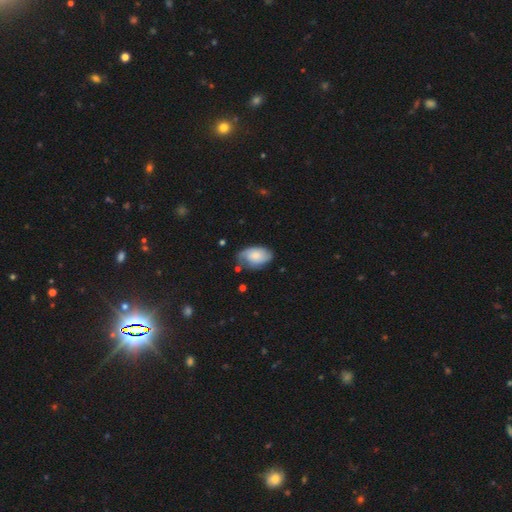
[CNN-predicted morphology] smooth 58%, featured or disk 35%, star or artifact 7%. Down the decision tree: how rounded — in between (91%); merging — none (56%).